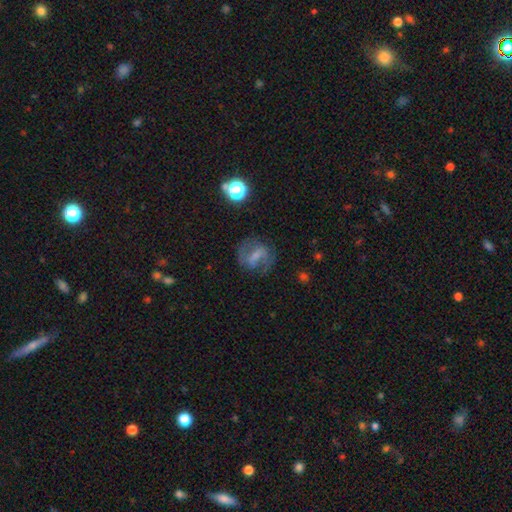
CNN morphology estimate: A featured or disk galaxy (59%) with a strong bar (51%), spiral arms (70%) and no central bulge (36%). Merging: none (71%).